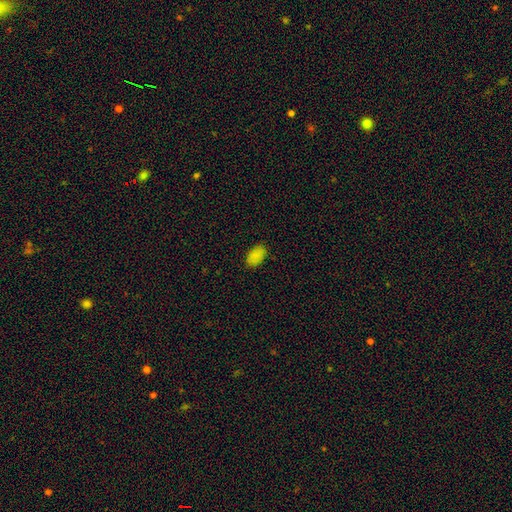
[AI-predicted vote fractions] A smooth galaxy with no disk features (86%) that is in between round and cigar-shaped (94%).

Vote fractions:
- Smooth or featured? smooth: 86% / star or artifact: 9% / featured or disk: 5%
- How rounded? in between: 94% / round: 5% / cigar-shaped: 1%
- Merging? none: 86% / minor disturbance: 11% / major disturbance: 2% / merger: 1%